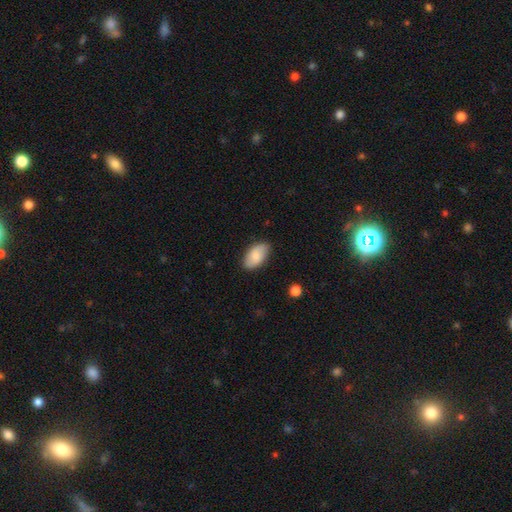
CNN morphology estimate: Smooth or featured?
  - smooth: 76% *
  - featured or disk: 18%
  - star or artifact: 6%
How rounded?
  - in between: 95% *
  - round: 4%
  - cigar-shaped: 2%
Merging?
  - none: 82% *
  - minor disturbance: 14%
  - major disturbance: 3%
  - merger: 1%